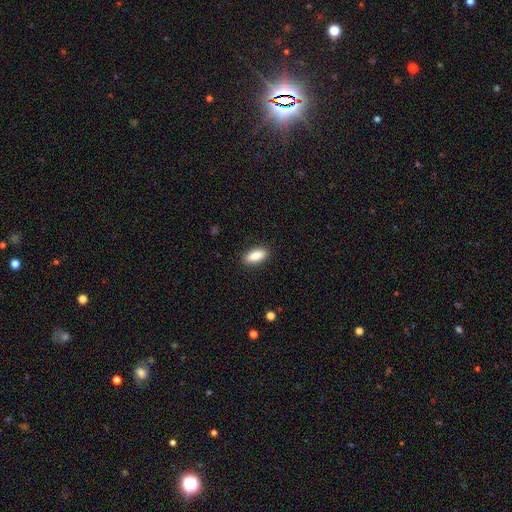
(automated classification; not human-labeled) Q: Smooth or featured?
A: smooth (87%); runner-up: star or artifact (7%)
Q: How rounded?
A: in between (84%); runner-up: cigar-shaped (14%)
Q: Merging?
A: none (89%); runner-up: minor disturbance (8%)